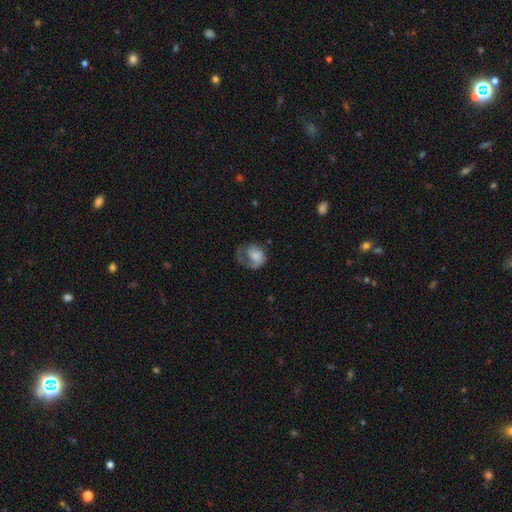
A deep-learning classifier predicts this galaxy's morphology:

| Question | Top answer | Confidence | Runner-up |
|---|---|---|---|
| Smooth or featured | smooth | 50% | featured or disk (42%) |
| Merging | major disturbance | 46% | none (31%) |